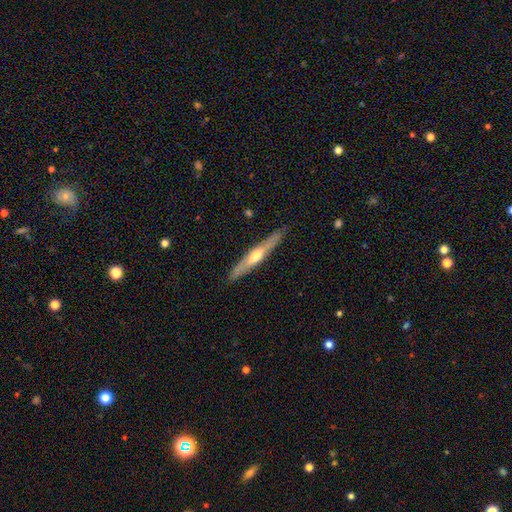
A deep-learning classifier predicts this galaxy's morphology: This appears to be a featured or disk galaxy (59%) viewed edge-on (93%) with a rounded central bulge (79%). Merging: none (88%).